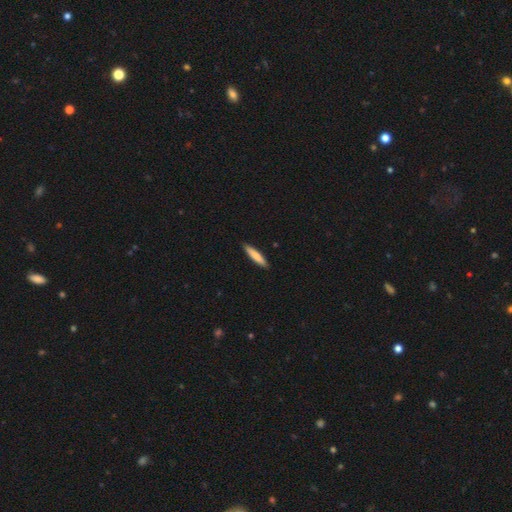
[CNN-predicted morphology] Smooth or featured? Predicted: smooth (p=0.80). How rounded? Predicted: cigar-shaped (p=0.87). Merging? Predicted: none (p=0.90).